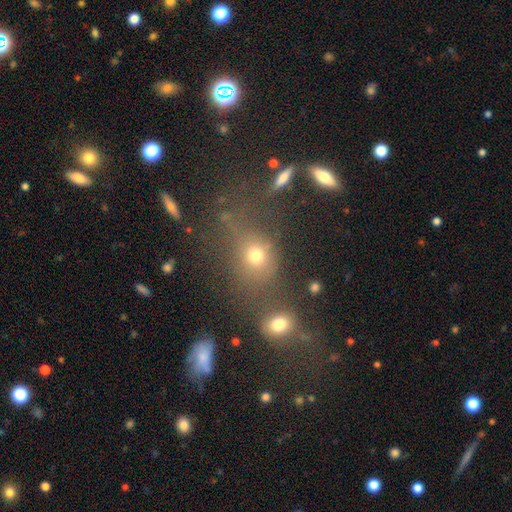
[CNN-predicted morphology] This appears to be a smooth galaxy with no disk features (67%) that is round (60%). Merging: none (57%).